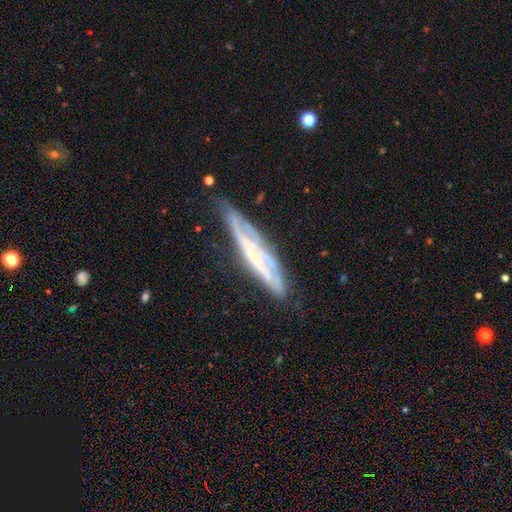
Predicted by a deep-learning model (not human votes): This is likely a featured or disk galaxy (73%). It is likely viewed edge-on (69%). Edge-on bulge: likely none (65%). Merging: likely none (65%).